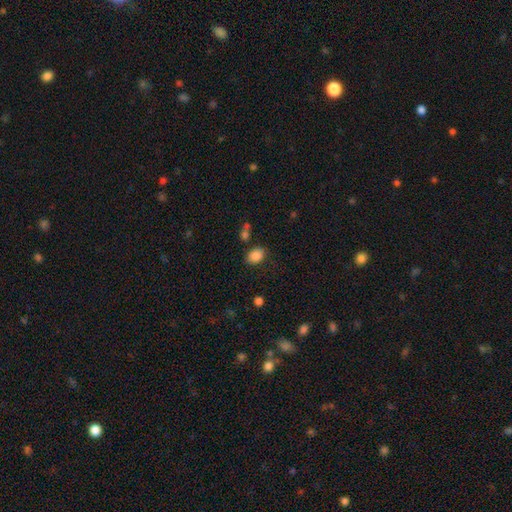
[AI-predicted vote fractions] The model was most divided on "how rounded": in between: 71%, round: 28%, cigar-shaped: 1%. More confident: smooth or featured — smooth (86%); merging — none (74%).